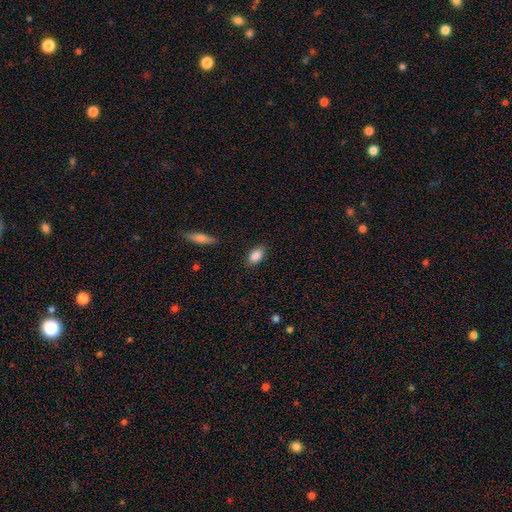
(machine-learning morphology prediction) type=smooth (88%); roundness=in between (89%); merging=none (85%).